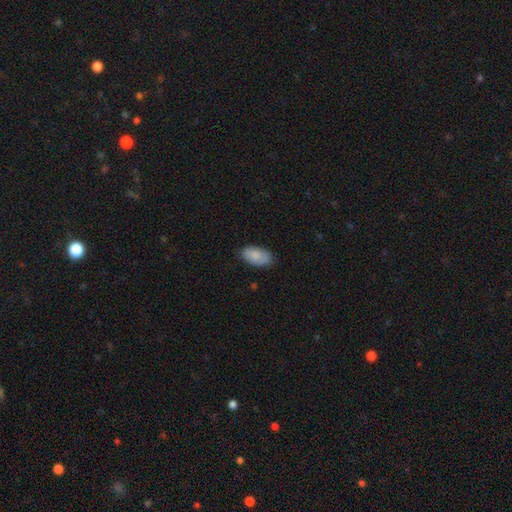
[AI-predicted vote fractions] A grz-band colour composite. It shows a smooth galaxy with no disk features (82%) that is in between round and cigar-shaped (94%). Merging: none (80%).